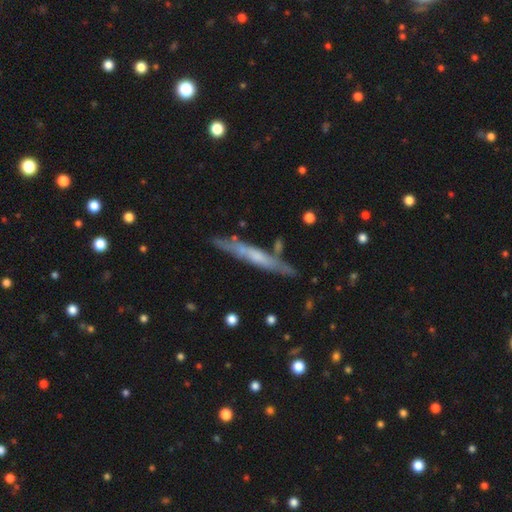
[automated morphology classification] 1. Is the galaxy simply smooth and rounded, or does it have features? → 56% featured or disk, 38% smooth, 6% star or artifact.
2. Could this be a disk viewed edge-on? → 88% yes, 12% no.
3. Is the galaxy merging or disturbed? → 76% none, 15% minor disturbance, 5% merger, 3% major disturbance.